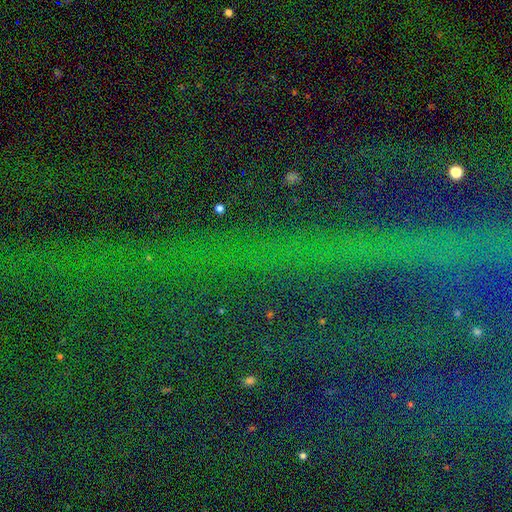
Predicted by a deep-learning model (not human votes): smooth_or_featured: star or artifact (p=0.85) [alt: featured or disk p=0.08]